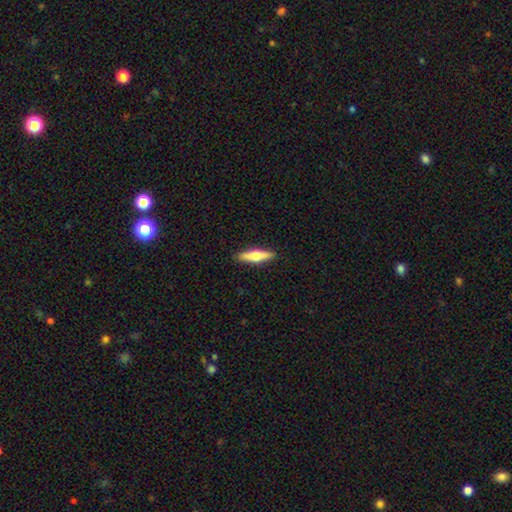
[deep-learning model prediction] smooth 49%, featured or disk 45%, star or artifact 6%. Down the decision tree: merging — none (91%).